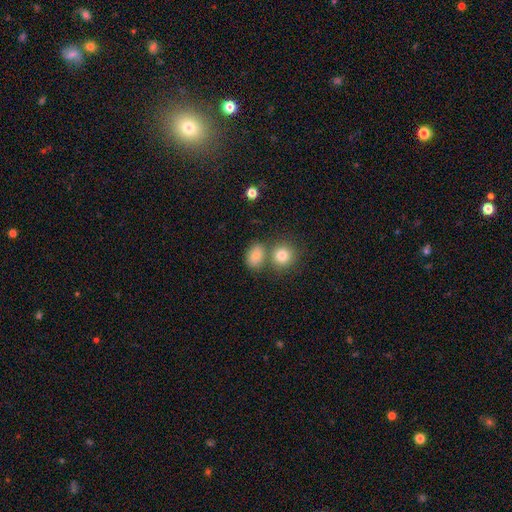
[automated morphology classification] Smooth or featured? Predicted: smooth (p=0.78). How rounded? Predicted: in between (p=0.58). Merging? Predicted: none (p=0.61).